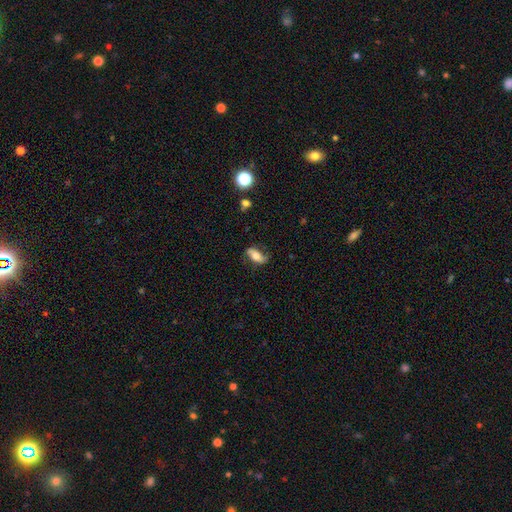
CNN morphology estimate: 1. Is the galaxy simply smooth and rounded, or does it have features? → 55% smooth, 37% featured or disk, 8% star or artifact.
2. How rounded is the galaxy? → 79% in between, 15% cigar-shaped, 5% round.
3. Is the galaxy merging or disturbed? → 69% none, 22% minor disturbance, 8% major disturbance, 2% merger.